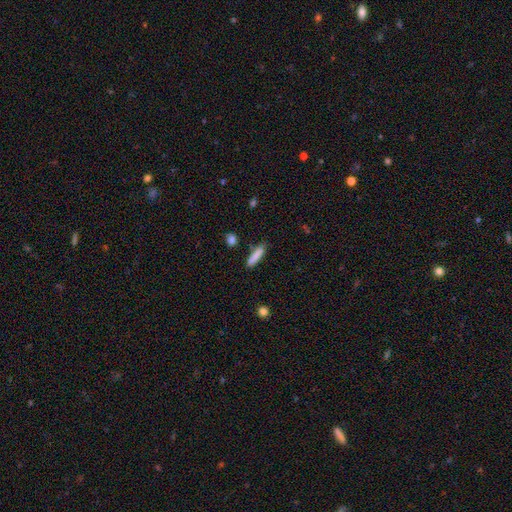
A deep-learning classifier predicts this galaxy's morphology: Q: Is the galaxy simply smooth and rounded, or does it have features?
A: smooth — 83%.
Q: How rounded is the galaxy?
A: cigar-shaped — 82%.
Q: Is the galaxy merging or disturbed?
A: none — 80%.